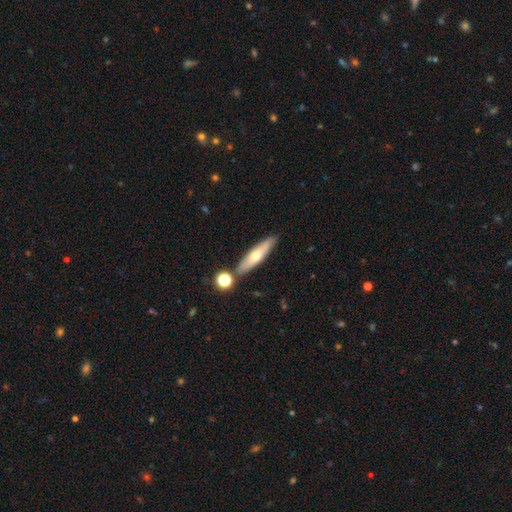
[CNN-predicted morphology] smooth_or_featured: smooth (p=0.55) [alt: featured or disk p=0.39]
how_rounded: cigar-shaped (p=0.76) [alt: in between p=0.21]
merging: none (p=0.81) [alt: minor disturbance p=0.10]